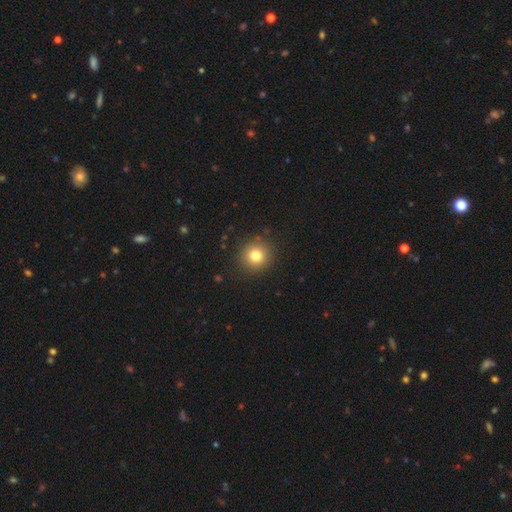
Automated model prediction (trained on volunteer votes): smooth 79%, star or artifact 12%, featured or disk 8%. Down the decision tree: how rounded — round (91%); merging — none (89%).